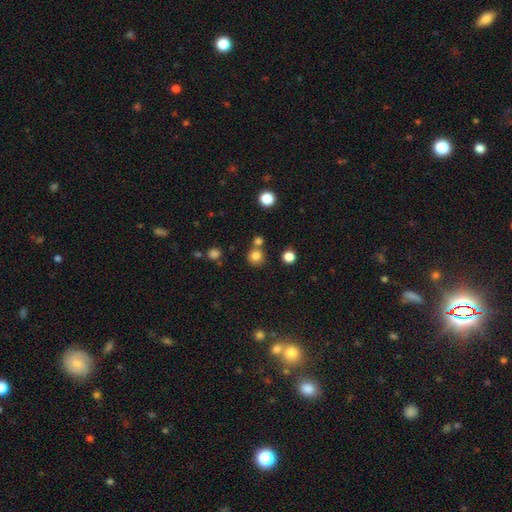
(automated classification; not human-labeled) Q: Smooth or featured?
A: smooth (80%); runner-up: star or artifact (14%)
Q: How rounded?
A: round (89%); runner-up: in between (10%)
Q: Merging?
A: none (67%); runner-up: merger (23%)